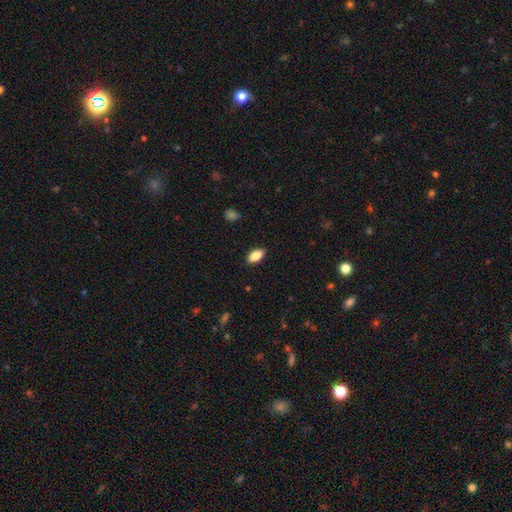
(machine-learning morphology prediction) Smooth or featured? smooth (80%)
How rounded? in between (89%)
Merging? none (87%)